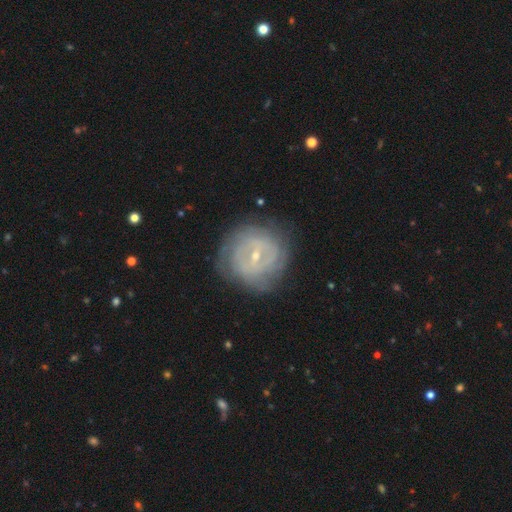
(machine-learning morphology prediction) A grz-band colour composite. It shows a featured or disk galaxy (73%) with a weak bar (48%), spiral arms (71%) and a small central bulge (74%). Merging: none (76%).